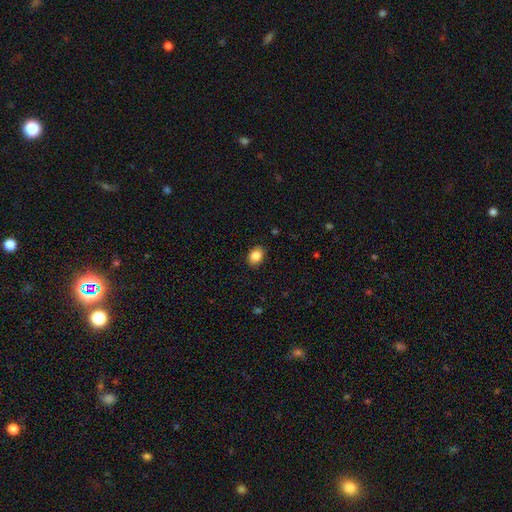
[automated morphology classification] This appears to be a smooth galaxy with no disk features (86%) that is in between round and cigar-shaped (65%). Merging: none (88%).